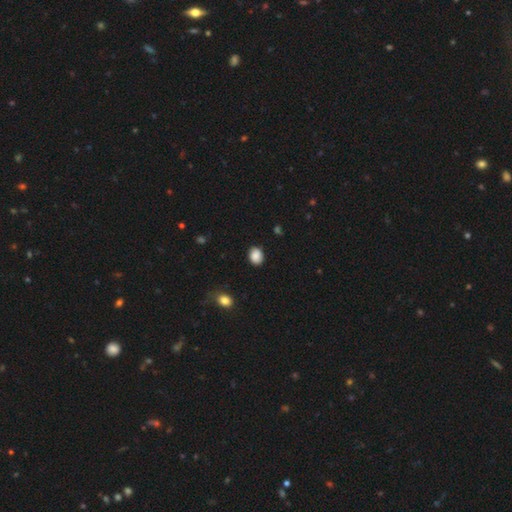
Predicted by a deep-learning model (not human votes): This is clearly a smooth galaxy (88%). How rounded: possibly in between (57%). Merging: clearly none (86%).